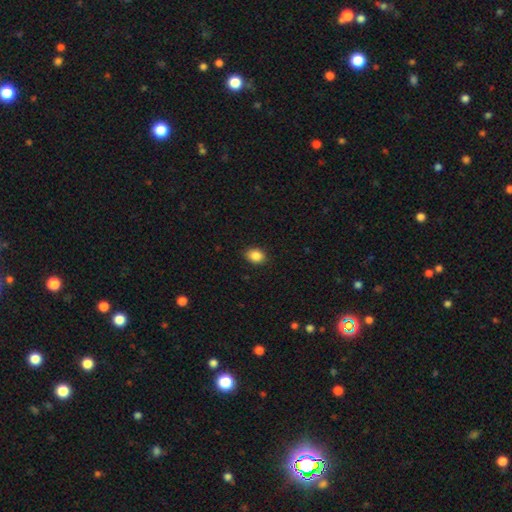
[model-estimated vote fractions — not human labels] Q: Smooth or featured?
A: smooth (87%); runner-up: star or artifact (9%)
Q: How rounded?
A: in between (65%); runner-up: round (34%)
Q: Merging?
A: none (87%); runner-up: minor disturbance (10%)